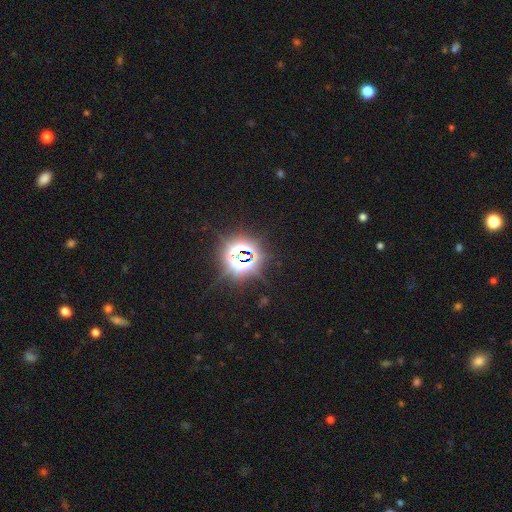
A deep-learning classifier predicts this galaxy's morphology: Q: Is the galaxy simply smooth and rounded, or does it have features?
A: star or artifact — 83%.